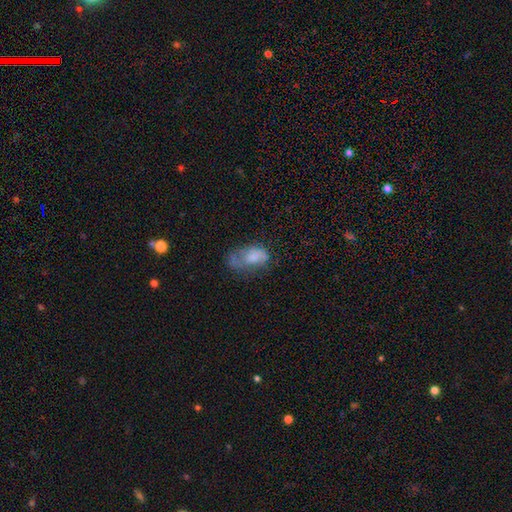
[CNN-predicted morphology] type=smooth (53%); roundness=in between (88%); merging=none (38%).